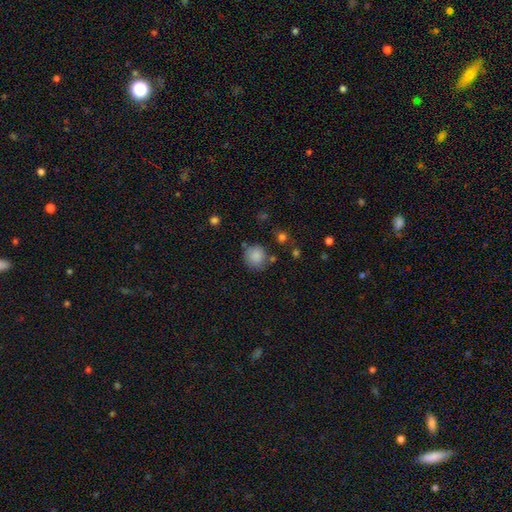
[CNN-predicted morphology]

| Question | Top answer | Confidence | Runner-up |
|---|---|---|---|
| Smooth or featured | smooth | 85% | star or artifact (9%) |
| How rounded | round | 87% | in between (12%) |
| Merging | none | 72% | minor disturbance (16%) |